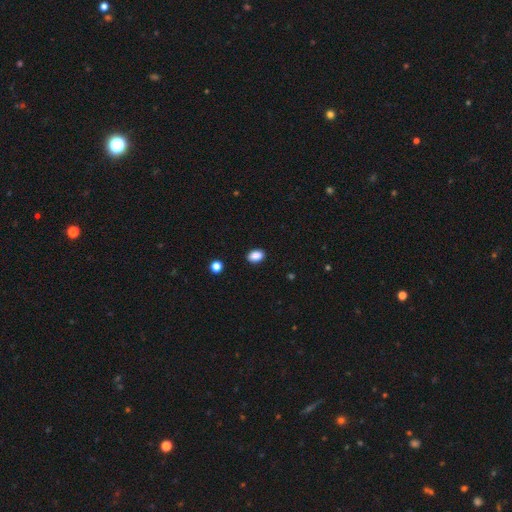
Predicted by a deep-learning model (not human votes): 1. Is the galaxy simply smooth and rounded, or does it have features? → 88% smooth, 9% star or artifact, 3% featured or disk.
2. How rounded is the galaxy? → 81% in between, 18% round, 1% cigar-shaped.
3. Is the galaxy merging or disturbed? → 90% none, 7% minor disturbance, 2% major disturbance, 1% merger.